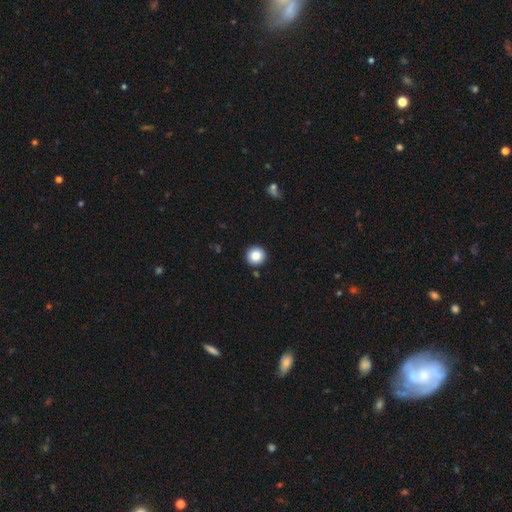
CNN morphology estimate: A smooth galaxy with no disk features (85%) that is round (95%).

Vote fractions:
- Smooth or featured? smooth: 85% / star or artifact: 9% / featured or disk: 6%
- How rounded? round: 95% / in between: 4% / cigar-shaped: 1%
- Merging? none: 92% / minor disturbance: 5% / merger: 2% / major disturbance: 2%